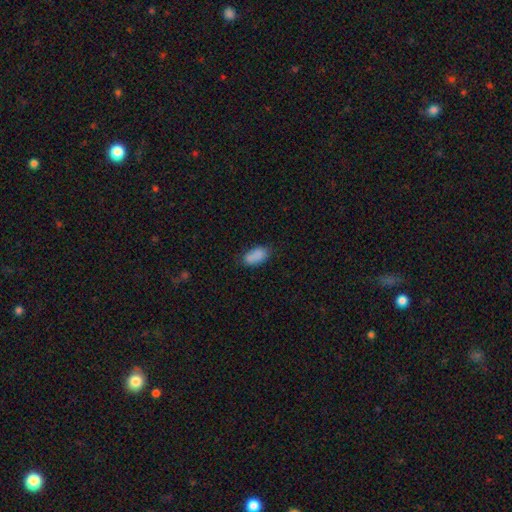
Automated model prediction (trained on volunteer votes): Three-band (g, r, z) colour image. It shows a smooth galaxy with no disk features (85%) that is in between round and cigar-shaped (91%). Merging: none (70%).